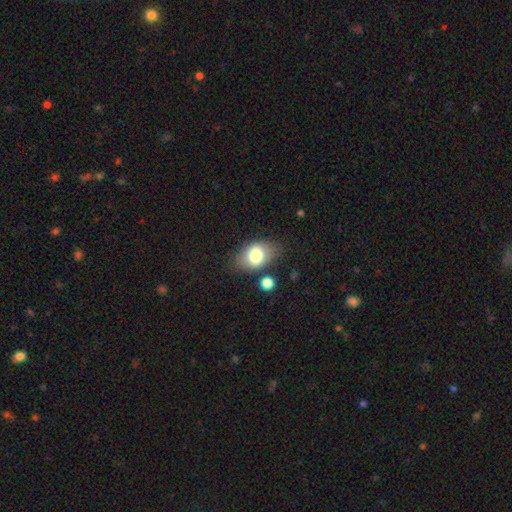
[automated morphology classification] Smooth or featured: smooth — 76% (featured or disk — 16%)
How rounded: in between — 80% (round — 19%)
Merging: none — 69% (minor disturbance — 19%)